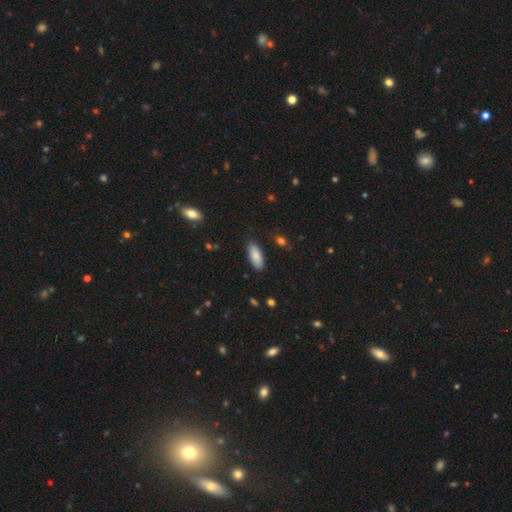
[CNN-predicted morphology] Overall: smooth (85%). How rounded: in between (79%). Merging: none (85%).